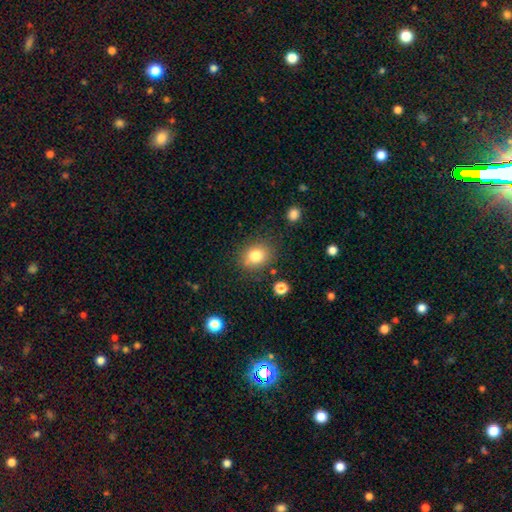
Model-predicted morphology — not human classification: A smooth galaxy with no disk features (80%) that is round (57%).

Vote fractions:
- Smooth or featured? smooth: 80% / star or artifact: 11% / featured or disk: 9%
- How rounded? round: 57% / in between: 42% / cigar-shaped: 1%
- Merging? none: 79% / minor disturbance: 13% / major disturbance: 4% / merger: 4%